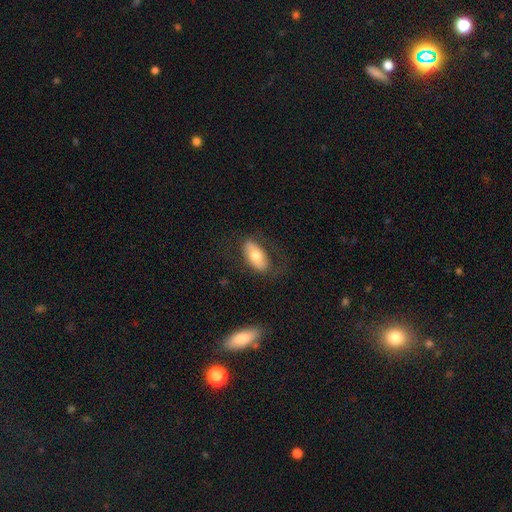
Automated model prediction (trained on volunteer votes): A smooth galaxy with no disk features (60%) that is in between round and cigar-shaped (91%).

Vote fractions:
- Smooth or featured? smooth: 60% / featured or disk: 34% / star or artifact: 6%
- How rounded? in between: 91% / cigar-shaped: 6% / round: 4%
- Merging? none: 68% / minor disturbance: 18% / major disturbance: 13% / merger: 2%